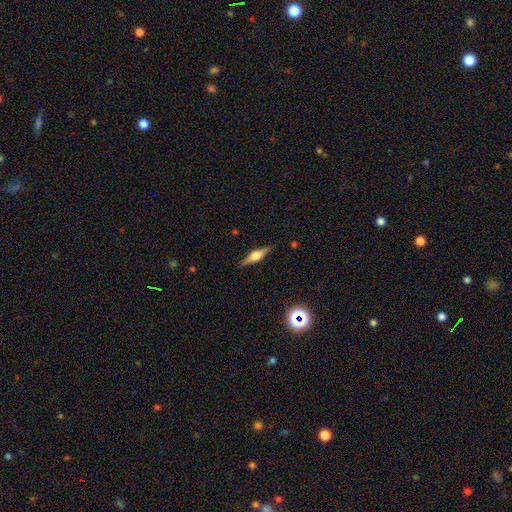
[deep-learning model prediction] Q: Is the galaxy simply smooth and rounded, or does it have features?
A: featured or disk — 58%.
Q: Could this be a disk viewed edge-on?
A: yes — 95%.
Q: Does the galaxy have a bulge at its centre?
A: rounded — 85%.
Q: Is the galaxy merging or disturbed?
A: none — 86%.